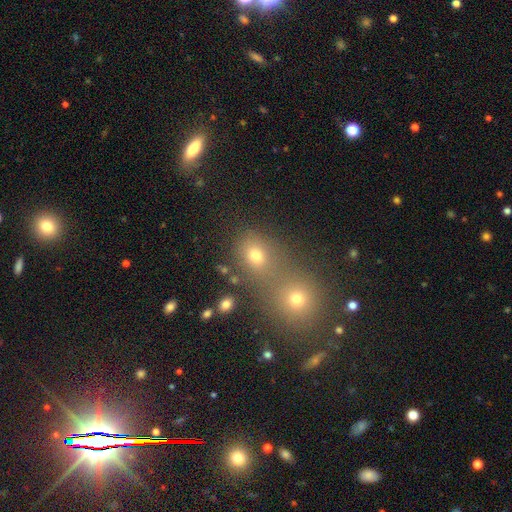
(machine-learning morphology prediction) This is likely a smooth galaxy (69%). How rounded: possibly round (57%). Merging: marginally none (44%).